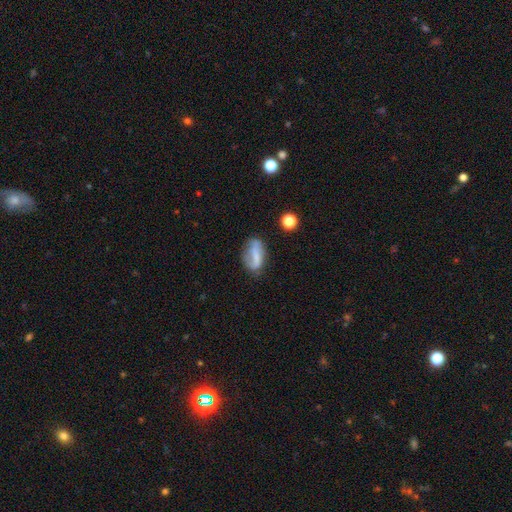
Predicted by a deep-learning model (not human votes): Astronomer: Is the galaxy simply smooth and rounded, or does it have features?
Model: smooth — 50% (runner-up: featured or disk, 40%).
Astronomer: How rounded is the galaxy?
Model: in between — 83%.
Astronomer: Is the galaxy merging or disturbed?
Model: none — 59%.